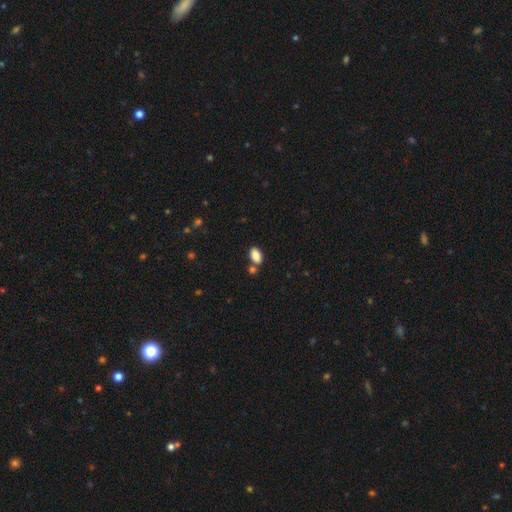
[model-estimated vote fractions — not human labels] smooth 87%, star or artifact 8%, featured or disk 5%. Down the decision tree: how rounded — in between (93%); merging — none (68%).